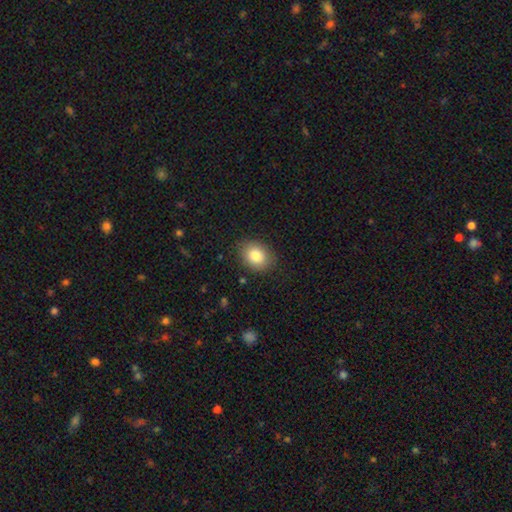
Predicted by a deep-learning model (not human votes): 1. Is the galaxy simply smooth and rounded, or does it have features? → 84% smooth, 8% star or artifact, 8% featured or disk.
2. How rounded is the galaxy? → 62% in between, 37% round, 1% cigar-shaped.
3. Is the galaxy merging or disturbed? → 86% none, 11% minor disturbance, 3% major disturbance, 1% merger.